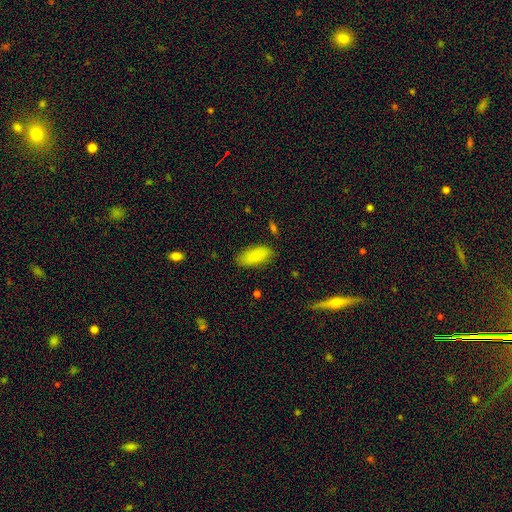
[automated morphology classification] Overall: smooth (83%). How rounded: in between (89%). Merging: none (82%).